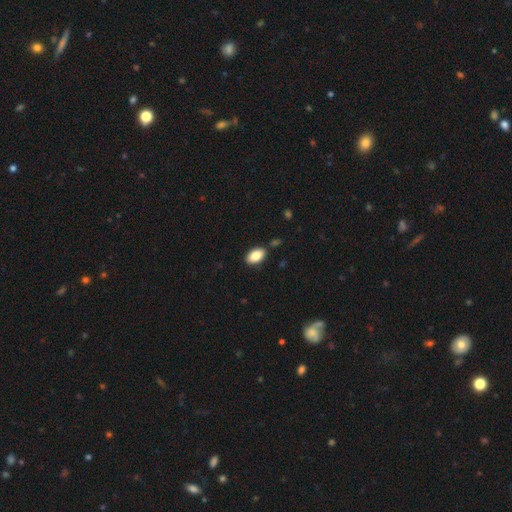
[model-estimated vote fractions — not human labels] The model was most divided on "merging": none: 86%, minor disturbance: 10%, merger: 2%, major disturbance: 2%. More confident: how rounded — in between (92%); smooth or featured — smooth (85%).